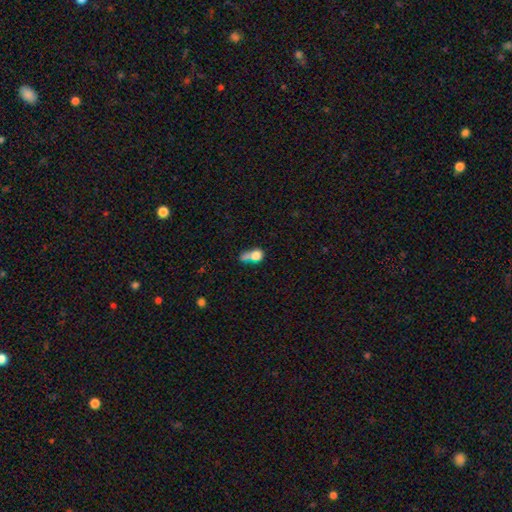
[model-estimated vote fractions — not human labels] The model was most divided on "how rounded": round: 49%, in between: 47%, cigar-shaped: 5%. Remaining: smooth or featured — smooth (71%); merging — merger (45%).